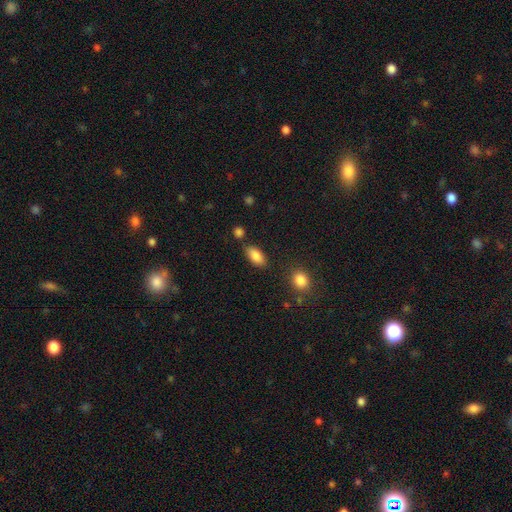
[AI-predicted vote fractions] The model was most divided on "merging": none: 81%, minor disturbance: 12%, merger: 4%, major disturbance: 3%. More confident: how rounded — in between (90%); smooth or featured — smooth (86%).